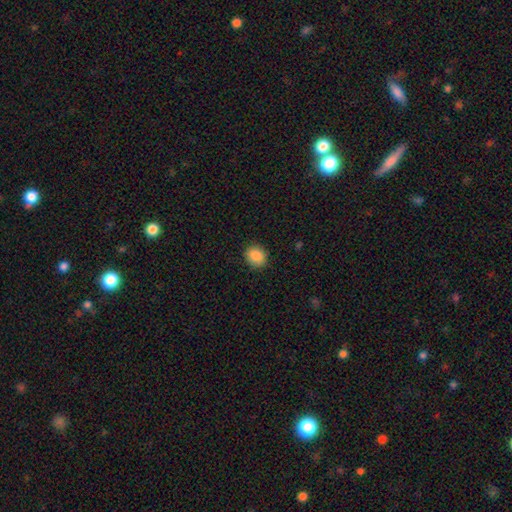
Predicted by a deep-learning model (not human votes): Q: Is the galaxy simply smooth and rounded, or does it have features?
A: smooth — 88%.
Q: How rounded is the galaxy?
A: round — 72%.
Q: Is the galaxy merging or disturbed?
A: none — 88%.